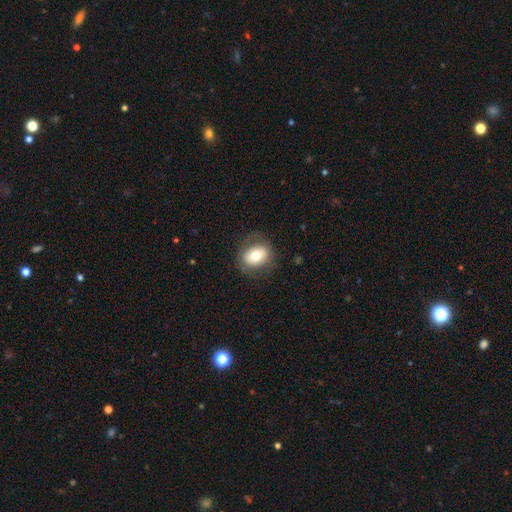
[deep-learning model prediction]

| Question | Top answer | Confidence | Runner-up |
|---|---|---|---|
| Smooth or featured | smooth | 68% | featured or disk (24%) |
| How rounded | in between | 52% | round (47%) |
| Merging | none | 78% | minor disturbance (14%) |